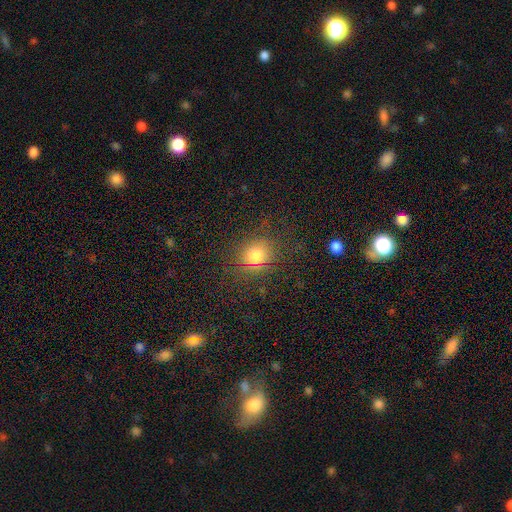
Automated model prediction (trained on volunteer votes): A smooth galaxy with no disk features (69%) that is round (79%). Merging: none (79%).